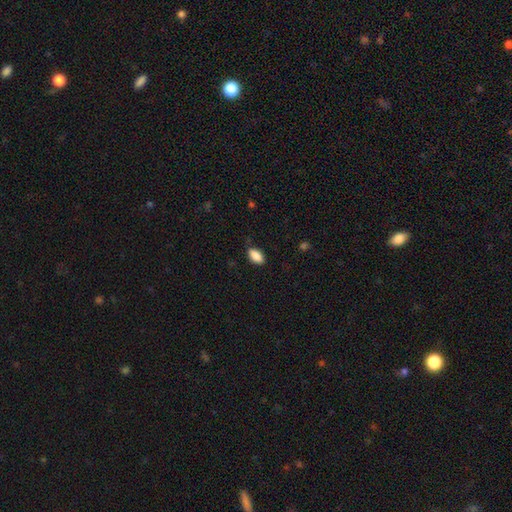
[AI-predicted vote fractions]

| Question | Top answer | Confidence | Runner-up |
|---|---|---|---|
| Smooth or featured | smooth | 88% | star or artifact (7%) |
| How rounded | in between | 91% | cigar-shaped (5%) |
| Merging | none | 80% | minor disturbance (16%) |